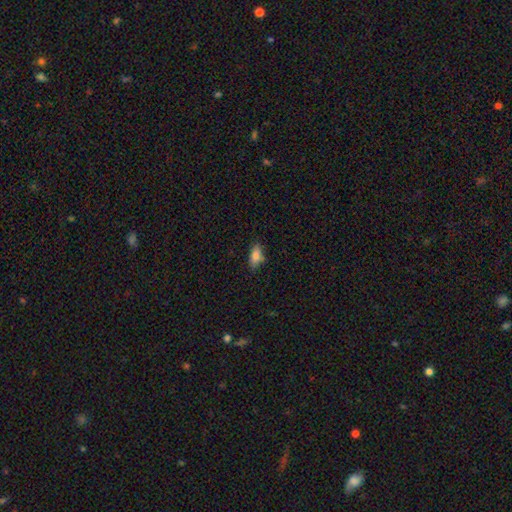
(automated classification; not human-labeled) Smooth or featured: smooth — 81% (featured or disk — 10%)
How rounded: in between — 82% (cigar-shaped — 14%)
Merging: none — 75% (minor disturbance — 17%)